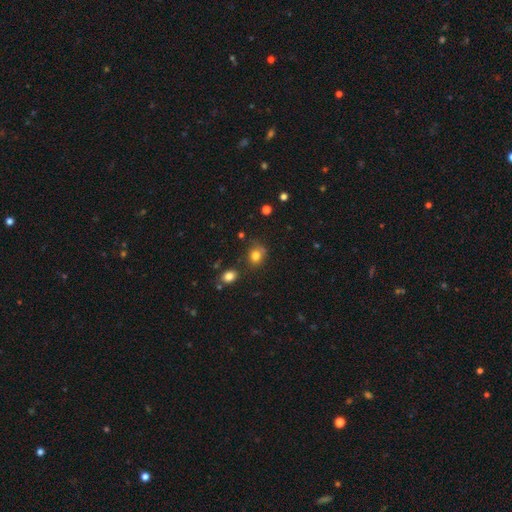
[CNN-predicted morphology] smooth 79%, star or artifact 13%, featured or disk 8%. Down the decision tree: how rounded — round (62%); merging — none (62%).